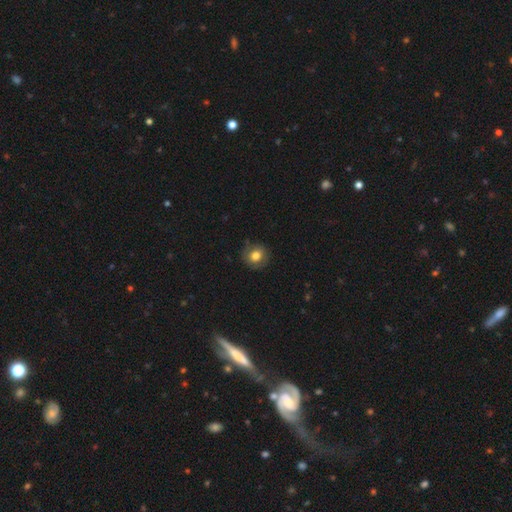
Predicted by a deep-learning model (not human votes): smooth 77%, featured or disk 14%, star or artifact 9%. Down the decision tree: how rounded — round (84%); merging — none (83%).